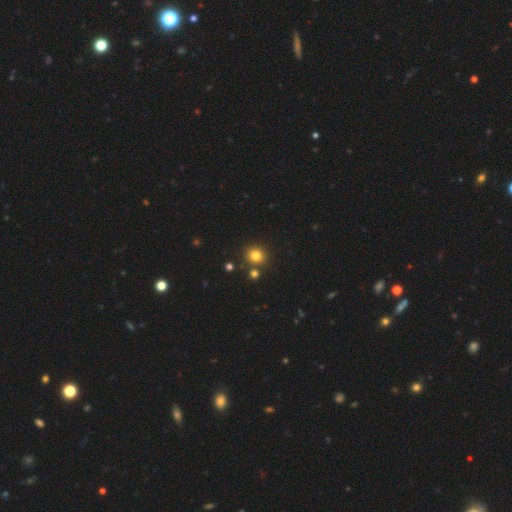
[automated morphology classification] A smooth galaxy with no disk features (80%) that is round (86%).

Vote fractions:
- Smooth or featured? smooth: 80% / star or artifact: 15% / featured or disk: 6%
- How rounded? round: 86% / in between: 13% / cigar-shaped: 1%
- Merging? none: 81% / merger: 9% / minor disturbance: 7% / major disturbance: 2%